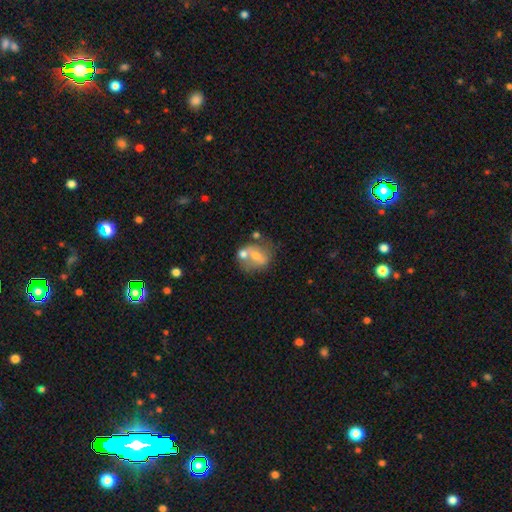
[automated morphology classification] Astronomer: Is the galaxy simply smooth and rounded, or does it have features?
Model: smooth — 49% (runner-up: featured or disk, 41%).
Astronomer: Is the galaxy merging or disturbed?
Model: none — 41% (runner-up: merger, 34%).